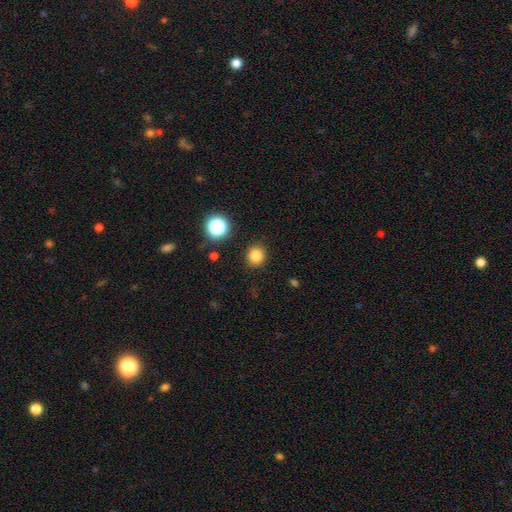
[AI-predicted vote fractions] Q: Smooth or featured?
A: smooth (82%); runner-up: star or artifact (13%)
Q: How rounded?
A: round (85%); runner-up: in between (14%)
Q: Merging?
A: none (89%); runner-up: minor disturbance (7%)